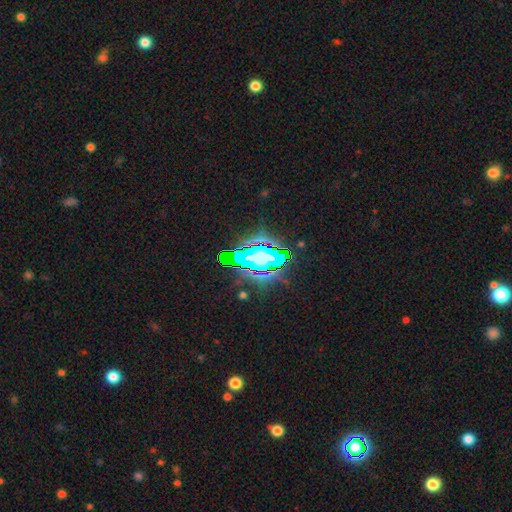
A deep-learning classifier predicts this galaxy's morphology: Smooth or featured: star or artifact — 82% (smooth — 10%)